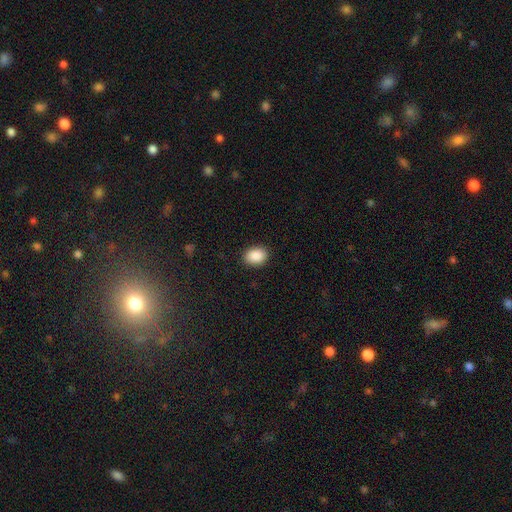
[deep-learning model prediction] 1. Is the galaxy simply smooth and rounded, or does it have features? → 89% smooth, 8% star or artifact, 3% featured or disk.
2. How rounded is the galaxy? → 69% in between, 30% round, 1% cigar-shaped.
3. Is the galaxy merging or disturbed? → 89% none, 8% minor disturbance, 2% major disturbance, 1% merger.